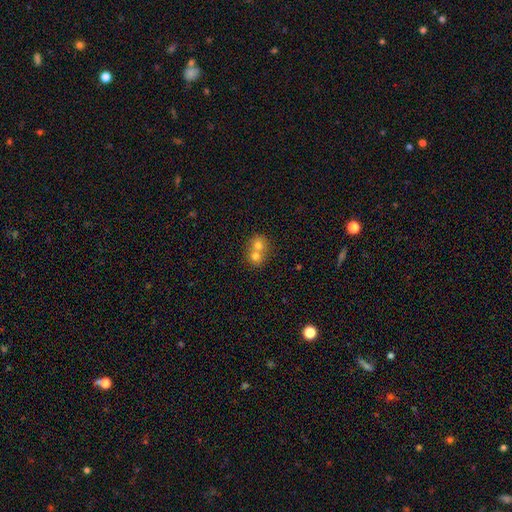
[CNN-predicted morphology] Q: Smooth or featured?
A: smooth (70%); runner-up: featured or disk (19%)
Q: How rounded?
A: round (74%); runner-up: in between (25%)
Q: Merging?
A: merger (68%); runner-up: none (26%)